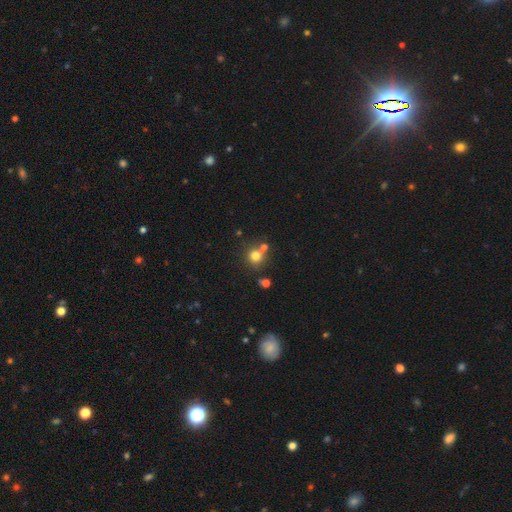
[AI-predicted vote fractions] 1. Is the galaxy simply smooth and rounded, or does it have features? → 74% smooth, 15% star or artifact, 11% featured or disk.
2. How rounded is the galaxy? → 85% round, 14% in between, 1% cigar-shaped.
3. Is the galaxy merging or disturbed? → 55% none, 31% merger, 10% minor disturbance, 4% major disturbance.